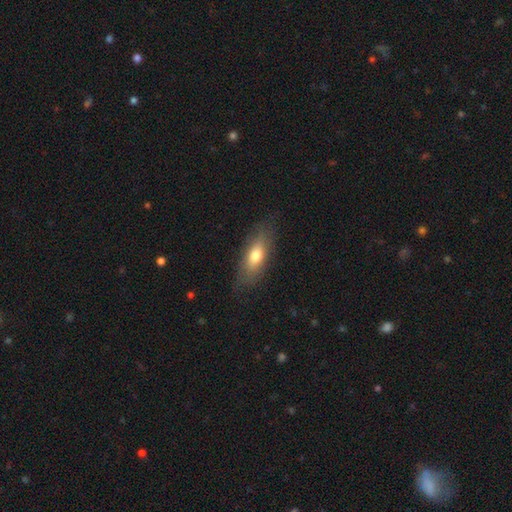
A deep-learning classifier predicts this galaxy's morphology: A smooth galaxy with no disk features (70%) that is in between round and cigar-shaped (73%). Merging: none (77%).